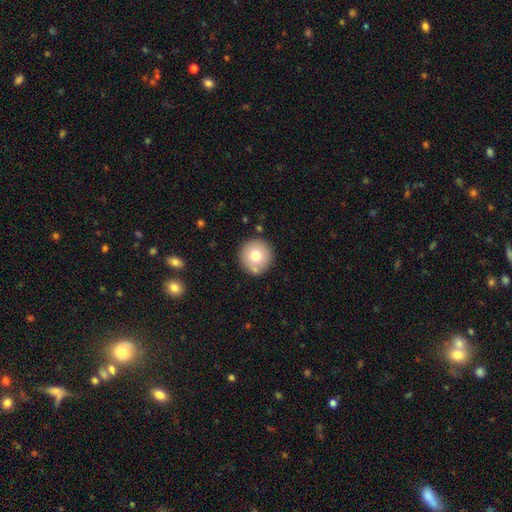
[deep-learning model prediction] This is likely a smooth galaxy (73%). How rounded: clearly round (95%). Merging: clearly none (84%).